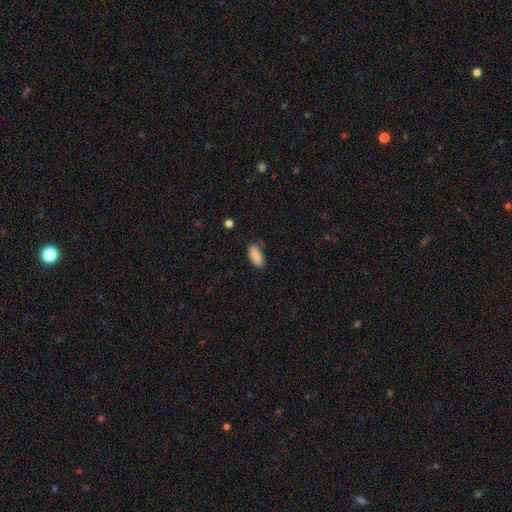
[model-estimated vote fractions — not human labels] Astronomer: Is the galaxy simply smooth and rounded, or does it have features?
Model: smooth — 87%.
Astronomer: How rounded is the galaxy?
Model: in between — 88%.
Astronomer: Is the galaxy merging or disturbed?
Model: none — 71%.